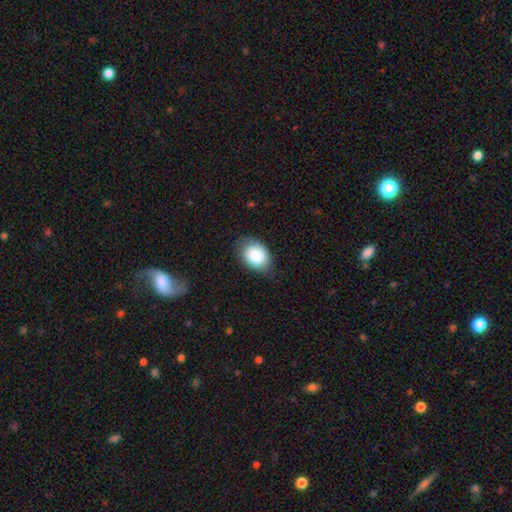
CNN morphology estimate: smooth-or-featured: smooth: 85% | featured or disk: 8% | star or artifact: 7%
  how-rounded: in between: 80% | round: 19% | cigar-shaped: 1%
  merging: none: 74% | minor disturbance: 20% | major disturbance: 4% | merger: 1%